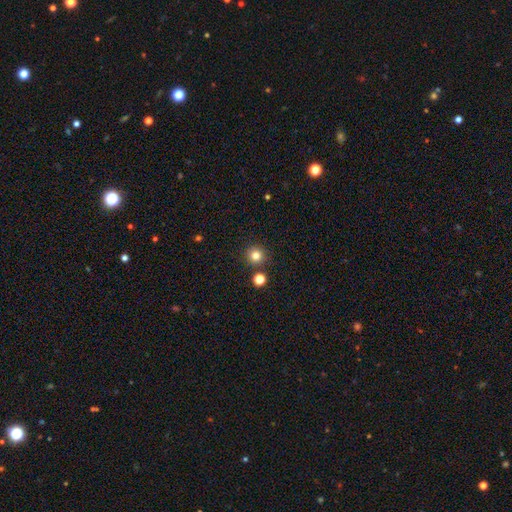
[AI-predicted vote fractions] Morphology: type=smooth (81%); roundness=round (94%); merging=none (86%).